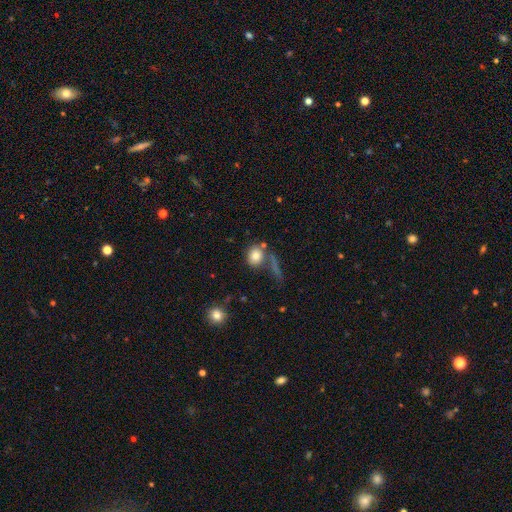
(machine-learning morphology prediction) A smooth galaxy with no disk features (80%) that is round (71%).

Vote fractions:
- Smooth or featured? smooth: 80% / featured or disk: 10% / star or artifact: 10%
- How rounded? round: 71% / in between: 27% / cigar-shaped: 2%
- Merging? none: 62% / merger: 17% / minor disturbance: 13% / major disturbance: 8%